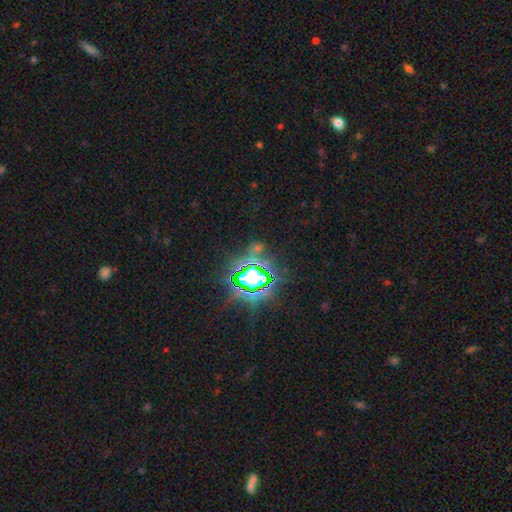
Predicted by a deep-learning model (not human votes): smooth-or-featured: star or artifact: 83% | smooth: 11% | featured or disk: 7%